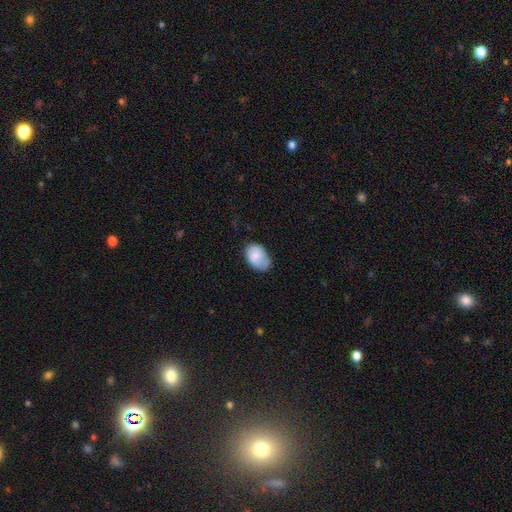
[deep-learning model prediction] Overall: smooth (79%). How rounded: in between (85%). Merging: none (50%; minor disturbance 37%).